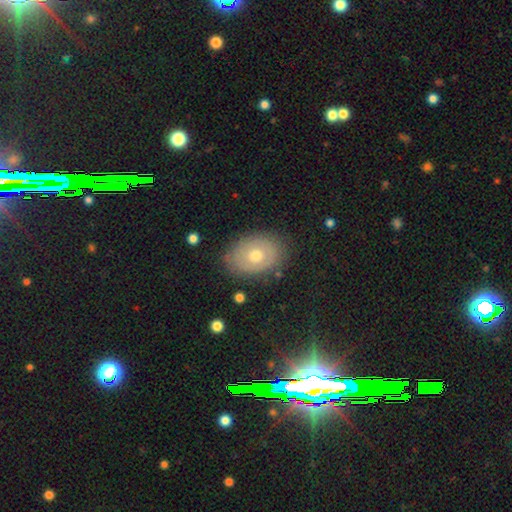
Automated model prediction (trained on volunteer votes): A smooth galaxy with no disk features (48%).

Vote fractions:
- Smooth or featured? smooth: 48% / featured or disk: 43% / star or artifact: 10%
- Merging? none: 81% / minor disturbance: 14% / major disturbance: 4% / merger: 1%